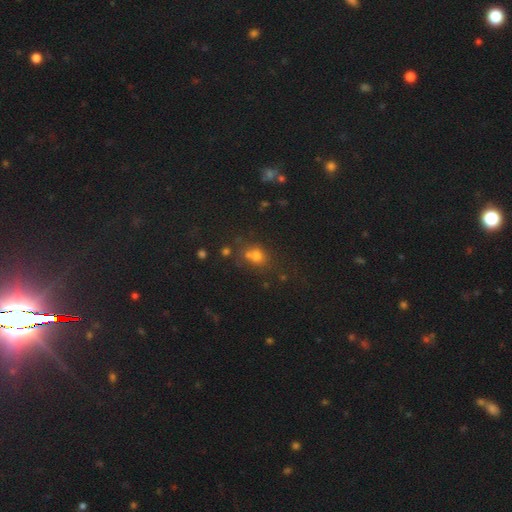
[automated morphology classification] This is likely a smooth galaxy (63%). How rounded: likely round (64%). Merging: possibly none (55%).